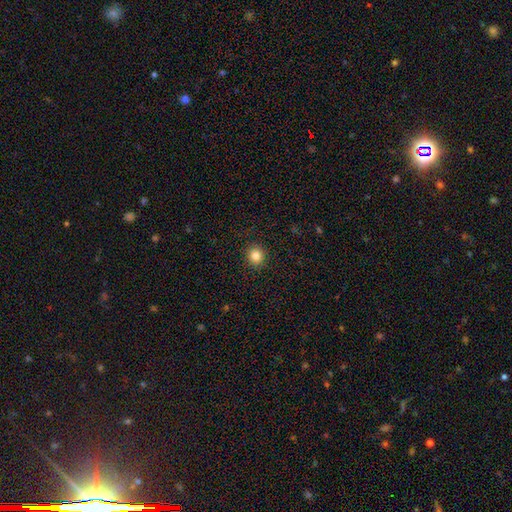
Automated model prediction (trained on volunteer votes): Q: Smooth or featured?
A: smooth (84%); runner-up: star or artifact (11%)
Q: How rounded?
A: round (87%); runner-up: in between (12%)
Q: Merging?
A: none (91%); runner-up: minor disturbance (6%)